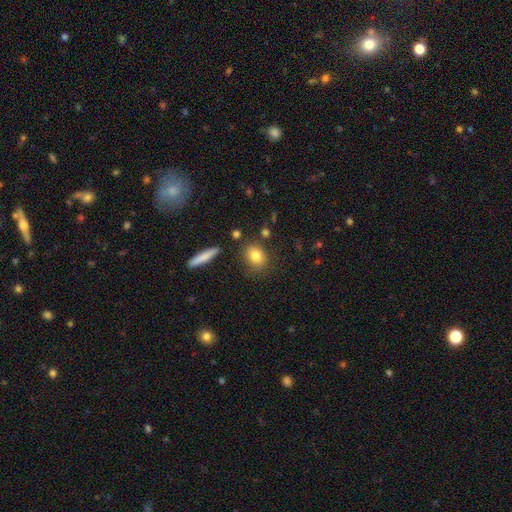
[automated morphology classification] This appears to be a smooth galaxy with no disk features (82%) that is round (49%). Merging: none (79%).